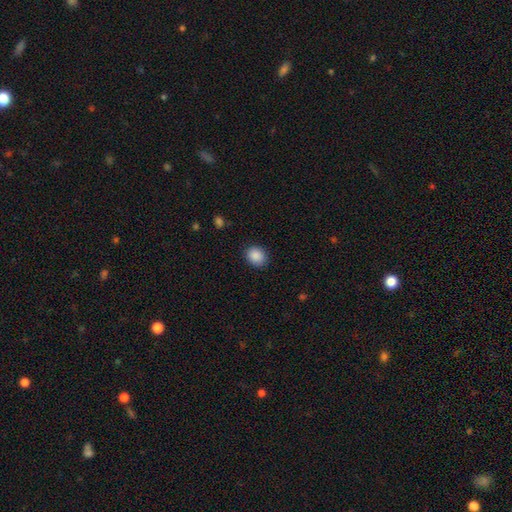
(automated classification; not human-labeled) Smooth or featured?
  - smooth: 89% *
  - star or artifact: 8%
  - featured or disk: 3%
How rounded?
  - round: 66% *
  - in between: 33%
  - cigar-shaped: 1%
Merging?
  - none: 88% *
  - minor disturbance: 8%
  - major disturbance: 3%
  - merger: 1%